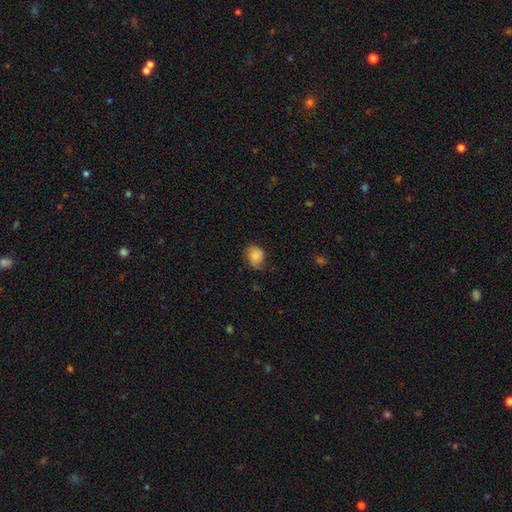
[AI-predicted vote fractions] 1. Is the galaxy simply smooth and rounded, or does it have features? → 83% smooth, 9% featured or disk, 8% star or artifact.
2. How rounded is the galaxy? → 56% in between, 43% round, 1% cigar-shaped.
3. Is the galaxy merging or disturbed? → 63% none, 28% minor disturbance, 7% major disturbance, 1% merger.